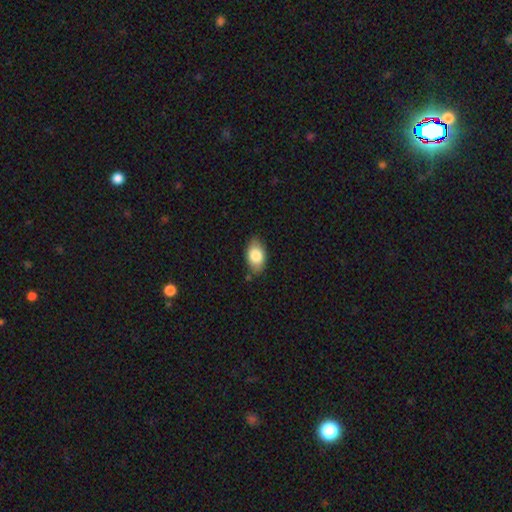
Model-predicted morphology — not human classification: smooth-or-featured: smooth: 82% | featured or disk: 11% | star or artifact: 7%
  how-rounded: in between: 91% | round: 7% | cigar-shaped: 2%
  merging: none: 80% | minor disturbance: 15% | major disturbance: 3% | merger: 2%